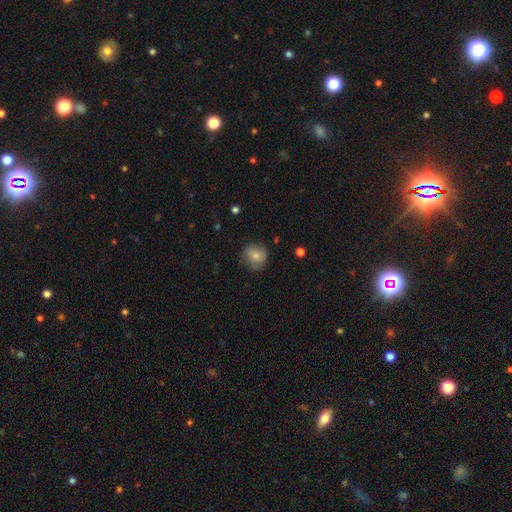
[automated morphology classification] The model was most divided on "smooth or featured": smooth: 72%, featured or disk: 19%, star or artifact: 8%. More confident: how rounded — round (84%); merging — none (74%).